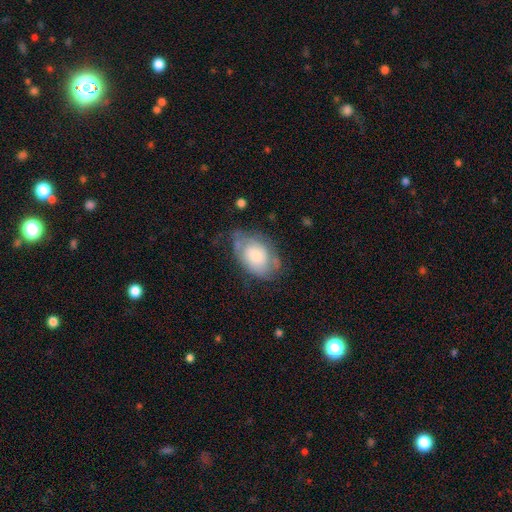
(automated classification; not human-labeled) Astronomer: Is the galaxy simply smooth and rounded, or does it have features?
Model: smooth — 53% (runner-up: featured or disk, 40%).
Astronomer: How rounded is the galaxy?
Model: in between — 87%.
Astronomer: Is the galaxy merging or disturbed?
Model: none — 45% (runner-up: minor disturbance, 34%).